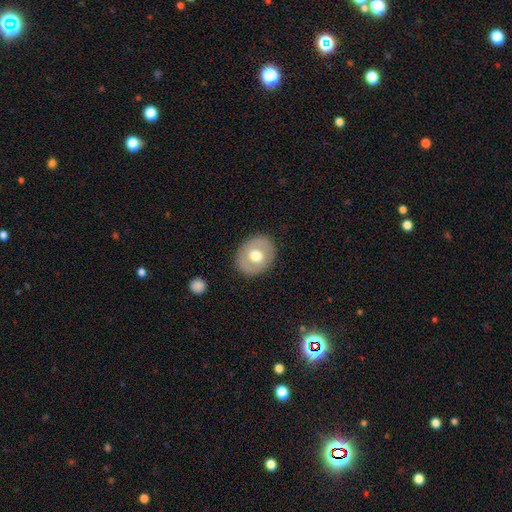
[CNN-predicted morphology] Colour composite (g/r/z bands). It shows a smooth galaxy with no disk features (57%) that is round (61%). Merging: none (87%).